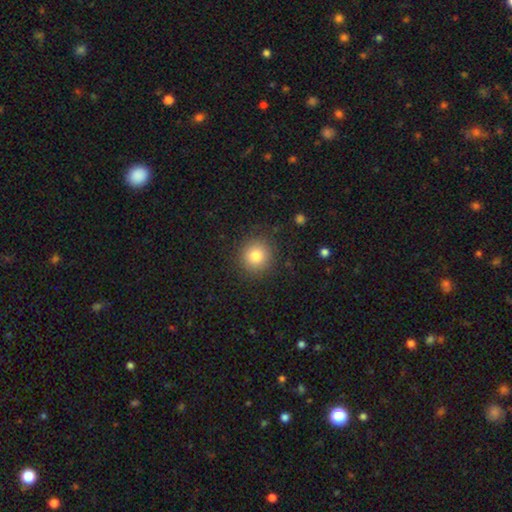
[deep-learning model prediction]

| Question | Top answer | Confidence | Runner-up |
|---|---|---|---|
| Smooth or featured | smooth | 82% | star or artifact (11%) |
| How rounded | round | 92% | in between (8%) |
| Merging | none | 89% | minor disturbance (7%) |